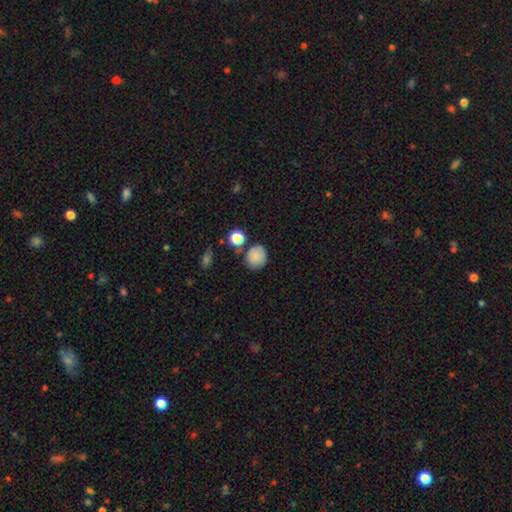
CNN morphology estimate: Smooth or featured? Predicted: smooth (p=0.84). How rounded? Predicted: round (p=0.81). Merging? Predicted: none (p=0.74).